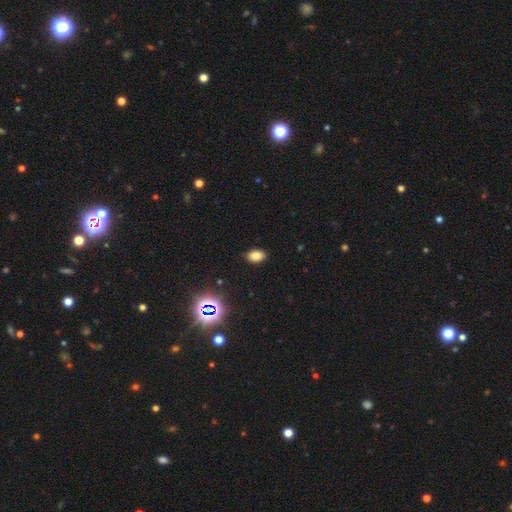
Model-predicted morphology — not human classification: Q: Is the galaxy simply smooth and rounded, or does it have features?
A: smooth — 78%.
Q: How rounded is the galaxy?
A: in between — 88%.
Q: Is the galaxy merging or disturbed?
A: none — 88%.